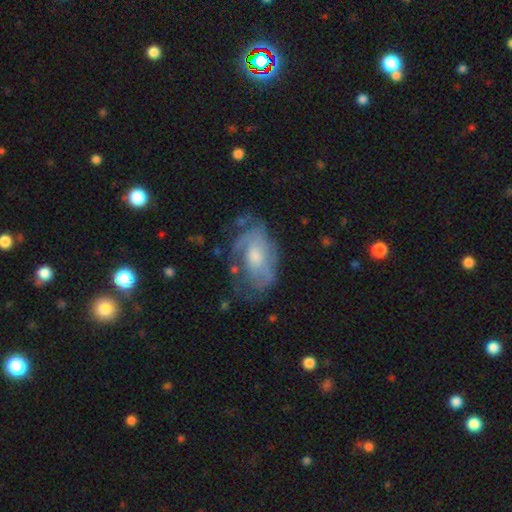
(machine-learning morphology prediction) Q: Smooth or featured?
A: featured or disk (69%); runner-up: smooth (23%)
Q: Edge-on disk?
A: no (94%); runner-up: yes (6%)
Q: Bar?
A: no (68%); runner-up: weak (27%)
Q: Spiral arms?
A: yes (74%); runner-up: no (26%)
Q: Bulge size?
A: moderate (52%); runner-up: small (35%)
Q: Merging?
A: none (53%); runner-up: minor disturbance (25%)